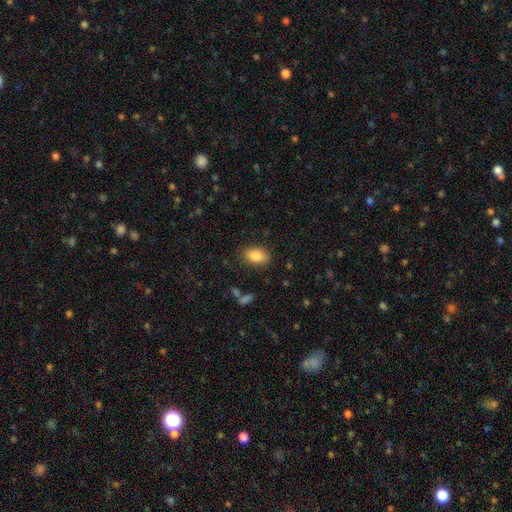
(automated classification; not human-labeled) smooth 85%, star or artifact 8%, featured or disk 7%. Down the decision tree: how rounded — in between (90%); merging — none (84%).